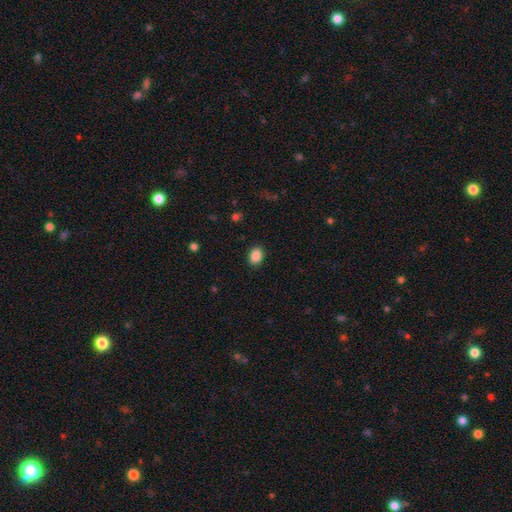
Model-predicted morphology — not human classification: Smooth or featured?
  - smooth: 88% *
  - star or artifact: 9%
  - featured or disk: 4%
How rounded?
  - in between: 69% *
  - round: 30%
  - cigar-shaped: 1%
Merging?
  - none: 89% *
  - minor disturbance: 8%
  - major disturbance: 2%
  - merger: 1%